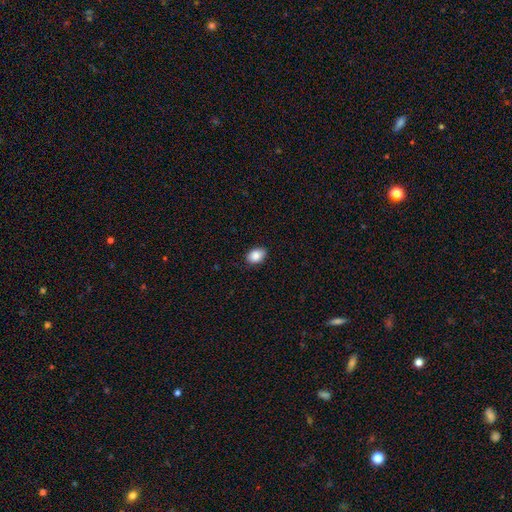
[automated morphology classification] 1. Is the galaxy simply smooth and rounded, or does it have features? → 88% smooth, 8% star or artifact, 4% featured or disk.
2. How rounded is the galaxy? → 78% in between, 21% round, 1% cigar-shaped.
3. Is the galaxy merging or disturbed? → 82% none, 14% minor disturbance, 2% major disturbance, 1% merger.